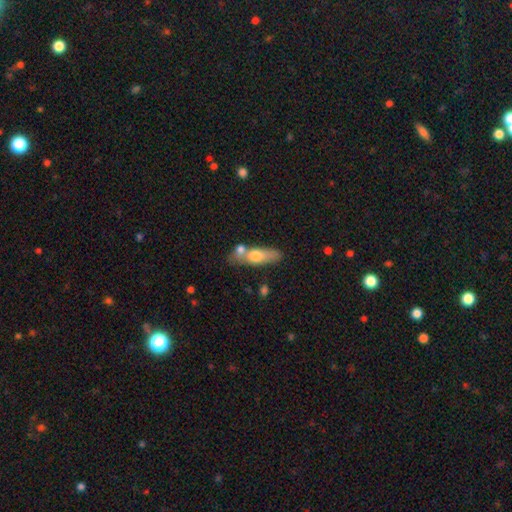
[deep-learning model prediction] A smooth galaxy with no disk features (65%) that is in between round and cigar-shaped (51%).

Vote fractions:
- Smooth or featured? smooth: 65% / featured or disk: 28% / star or artifact: 7%
- How rounded? in between: 51% / cigar-shaped: 44% / round: 6%
- Merging? none: 40% / merger: 35% / minor disturbance: 17% / major disturbance: 8%